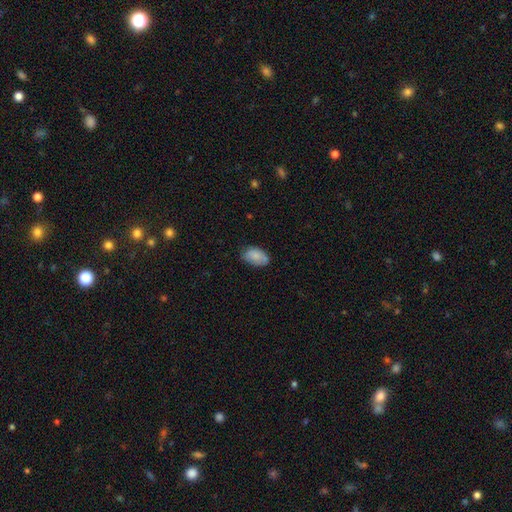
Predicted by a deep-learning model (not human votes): This appears to be a smooth galaxy with no disk features (81%) that is in between round and cigar-shaped (92%). Merging: none (67%).